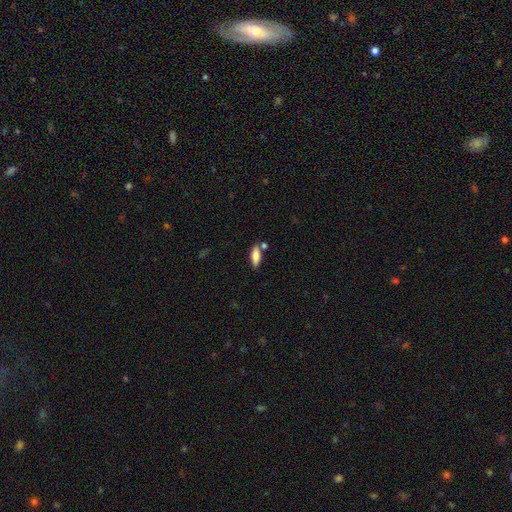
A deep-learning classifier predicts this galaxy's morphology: type=smooth (80%); roundness=in between (67%); merging=none (71%).